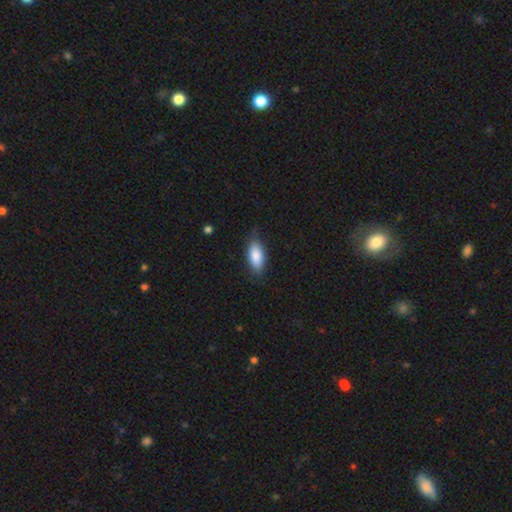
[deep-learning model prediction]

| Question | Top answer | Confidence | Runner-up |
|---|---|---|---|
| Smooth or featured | smooth | 83% | featured or disk (11%) |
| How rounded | in between | 86% | cigar-shaped (12%) |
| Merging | none | 75% | minor disturbance (20%) |